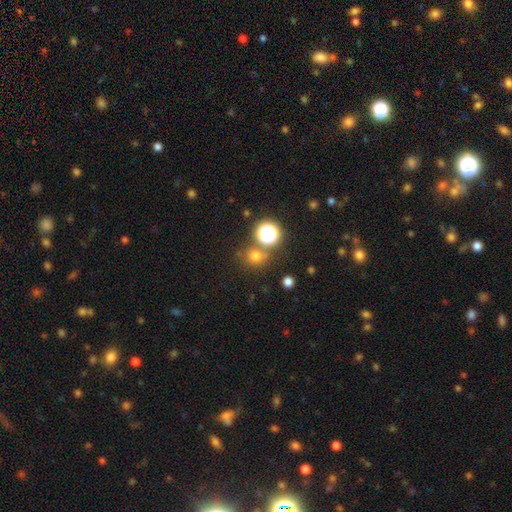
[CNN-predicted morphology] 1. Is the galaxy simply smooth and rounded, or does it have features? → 69% smooth, 24% star or artifact, 7% featured or disk.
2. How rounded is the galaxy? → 86% round, 13% in between, 1% cigar-shaped.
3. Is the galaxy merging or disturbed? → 73% none, 13% merger, 9% minor disturbance, 4% major disturbance.